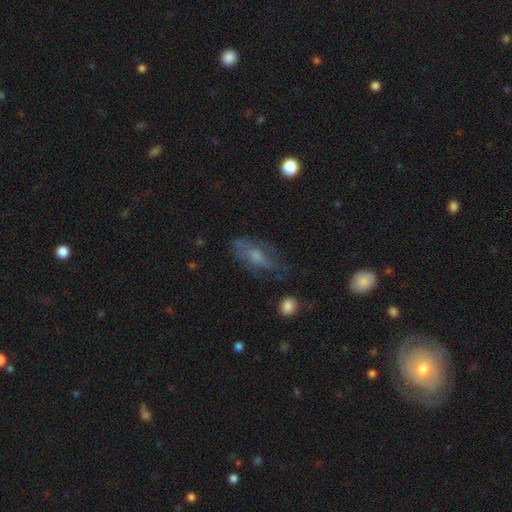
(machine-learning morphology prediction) This appears to be a featured or disk galaxy (49%). Merging: none (53%).